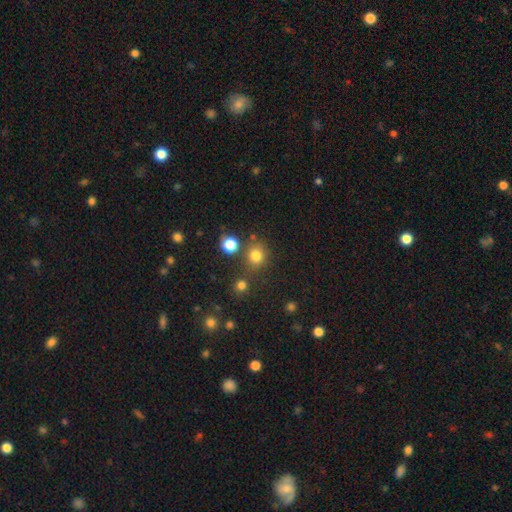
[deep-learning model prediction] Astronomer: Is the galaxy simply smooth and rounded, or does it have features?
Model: smooth — 78%.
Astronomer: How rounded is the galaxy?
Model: round — 84%.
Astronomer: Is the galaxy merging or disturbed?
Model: none — 74%.